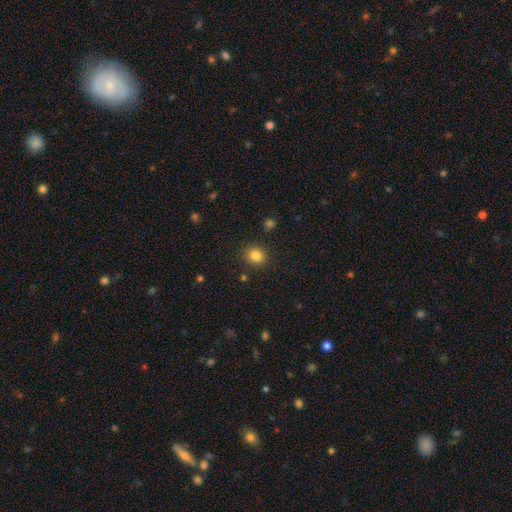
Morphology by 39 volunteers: Q: Smooth or featured?
A: smooth (85%); runner-up: star or artifact (10%)
Q: How rounded?
A: round (73%); runner-up: in between (27%)
Q: Merging?
A: none (97%); runner-up: merger (3%)